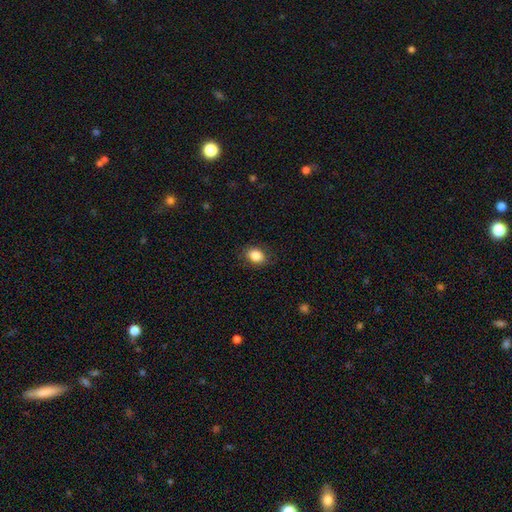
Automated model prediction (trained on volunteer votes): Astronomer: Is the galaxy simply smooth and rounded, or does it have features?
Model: smooth — 87%.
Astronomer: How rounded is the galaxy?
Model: in between — 72%.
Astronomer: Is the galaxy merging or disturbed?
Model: none — 85%.